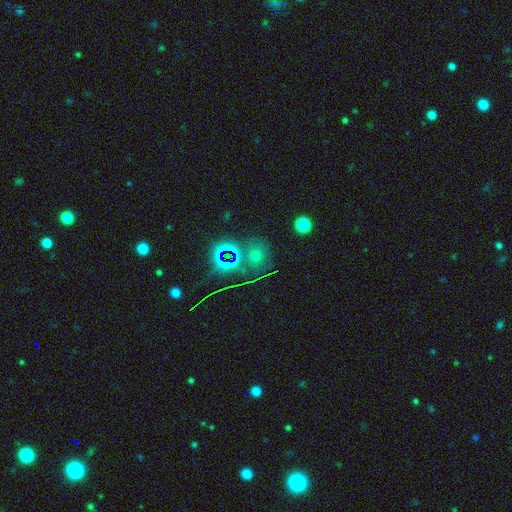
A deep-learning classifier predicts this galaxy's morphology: The model was most divided on "smooth or featured": smooth: 44%, star or artifact: 42%, featured or disk: 14%. More confident: merging — none (68%).